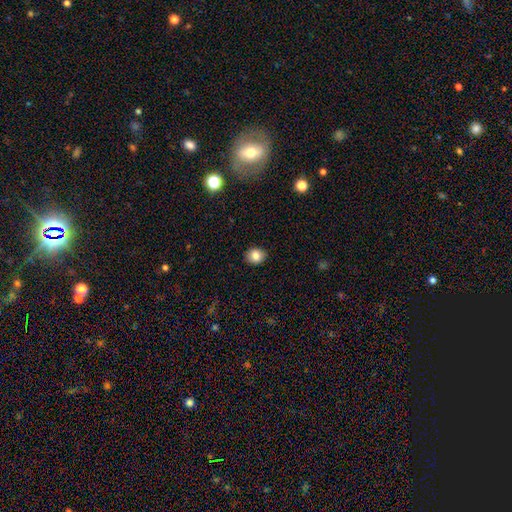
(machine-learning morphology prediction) Smooth or featured?
  - smooth: 82% *
  - star or artifact: 10%
  - featured or disk: 8%
How rounded?
  - round: 64% *
  - in between: 35%
  - cigar-shaped: 1%
Merging?
  - none: 90% *
  - minor disturbance: 7%
  - major disturbance: 2%
  - merger: 1%